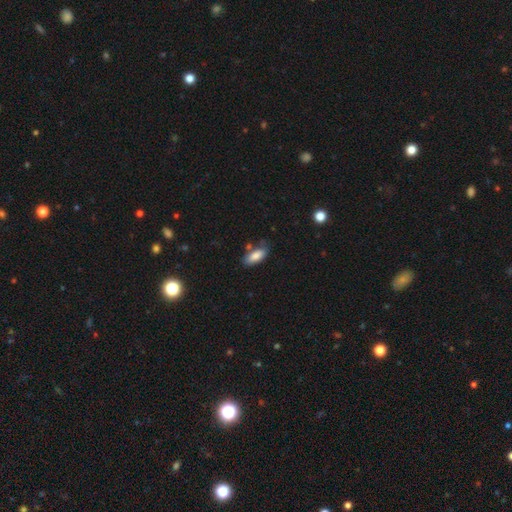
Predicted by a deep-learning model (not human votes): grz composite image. It shows a smooth galaxy with no disk features (84%) that is in between round and cigar-shaped (80%). Merging: none (69%).